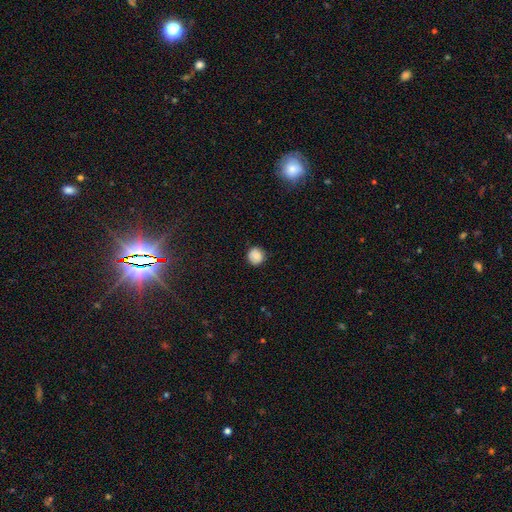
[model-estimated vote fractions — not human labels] Morphology: type=smooth (84%); roundness=round (93%); merging=none (86%).